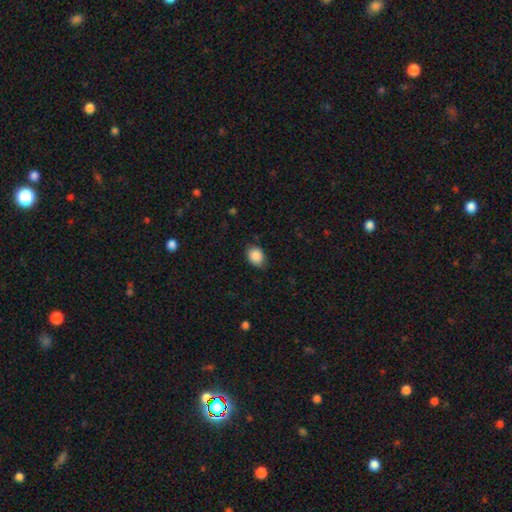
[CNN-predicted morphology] A smooth galaxy with no disk features (89%) that is in between round and cigar-shaped (57%).

Vote fractions:
- Smooth or featured? smooth: 89% / star or artifact: 8% / featured or disk: 3%
- How rounded? in between: 57% / round: 42% / cigar-shaped: 1%
- Merging? none: 78% / minor disturbance: 18% / major disturbance: 3% / merger: 1%